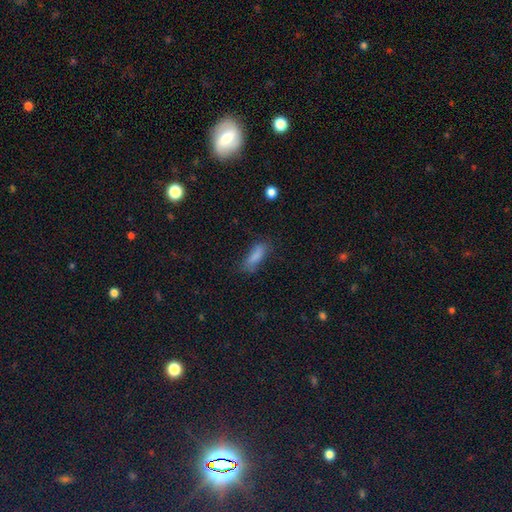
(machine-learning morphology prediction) A smooth galaxy with no disk features (81%) that is in between round and cigar-shaped (62%).

Vote fractions:
- Smooth or featured? smooth: 81% / star or artifact: 10% / featured or disk: 9%
- How rounded? in between: 62% / cigar-shaped: 35% / round: 3%
- Merging? none: 62% / minor disturbance: 26% / major disturbance: 10% / merger: 2%